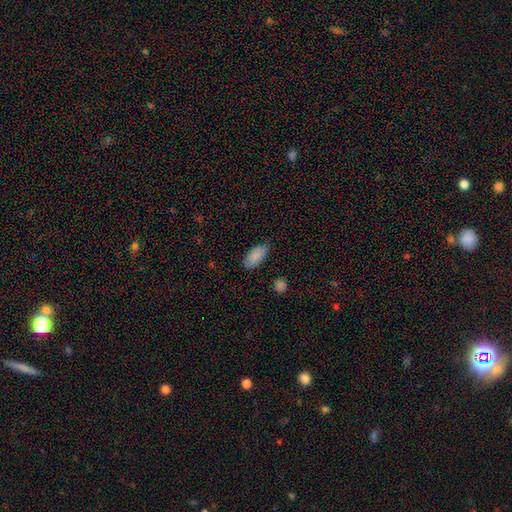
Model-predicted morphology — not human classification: The model was most divided on "merging": none: 82%, minor disturbance: 14%, major disturbance: 3%, merger: 1%. More confident: how rounded — in between (92%); smooth or featured — smooth (87%).